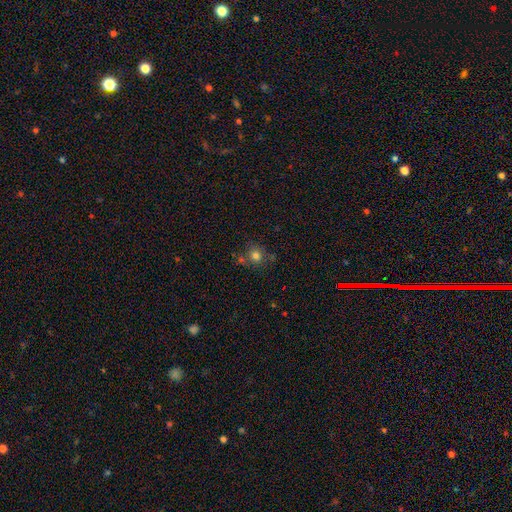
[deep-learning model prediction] Smooth or featured? smooth (76%)
How rounded? round (84%)
Merging? none (70%)